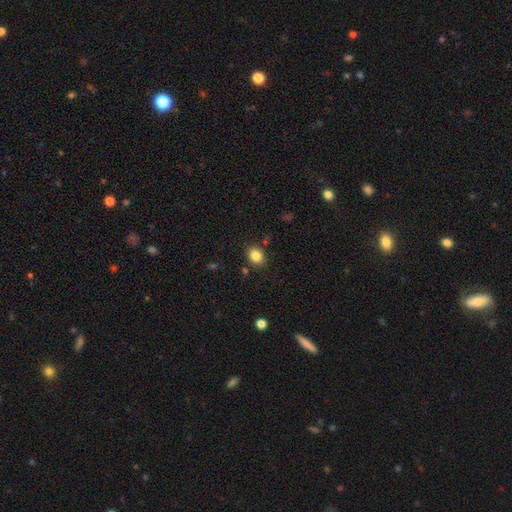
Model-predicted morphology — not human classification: type=smooth (84%); roundness=in between (51%); merging=none (83%).